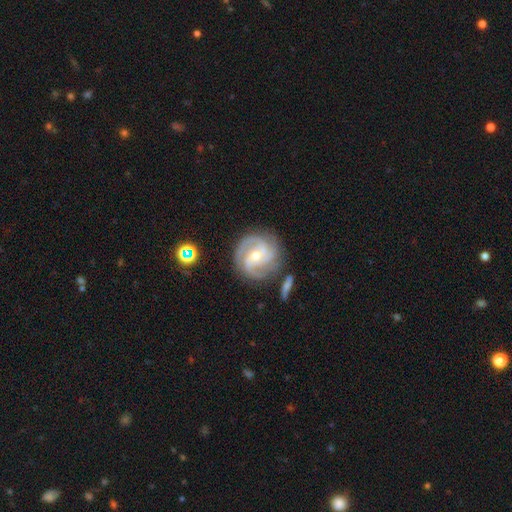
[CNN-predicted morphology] A featured or disk galaxy (88%) with no bar (50%), 3 (56%) tight (49%) spiral arms (98%) and a moderate central bulge (50%).

Vote fractions:
- Smooth or featured? featured or disk: 88% / smooth: 7% / star or artifact: 5%
- Edge-on disk? no: 98% / yes: 2%
- Bar? no: 50% / weak: 36% / strong: 14%
- Spiral arms? yes: 98% / no: 2%
- Spiral winding? tight: 49% / medium: 42% / loose: 9%
- Spiral arm count? 3: 56% / 2: 22% / 4: 8% / can't tell: 8% / 1: 3% / more than 4: 3%
- Bulge size? moderate: 50% / small: 47% / large: 2% / none: 1% / dominant: 1%
- Merging? none: 76% / minor disturbance: 15% / major disturbance: 5% / merger: 4%